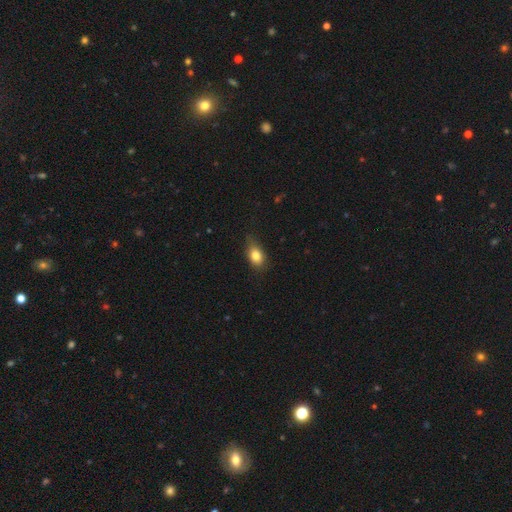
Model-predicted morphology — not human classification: smooth 82%, featured or disk 9%, star or artifact 9%. Down the decision tree: how rounded — in between (79%); merging — none (68%).